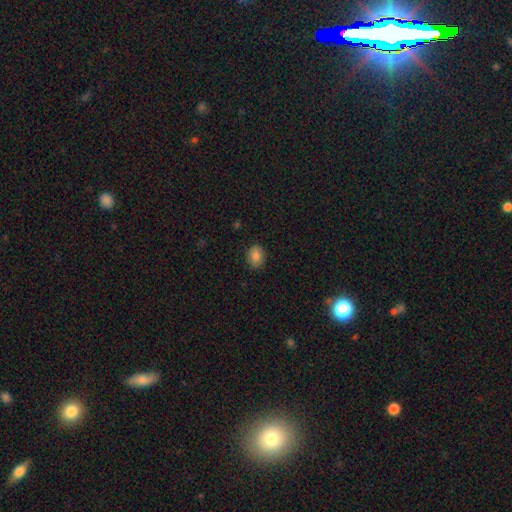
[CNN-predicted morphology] Smooth or featured? Predicted: smooth (p=0.85). How rounded? Predicted: in between (p=0.58). Merging? Predicted: none (p=0.87).